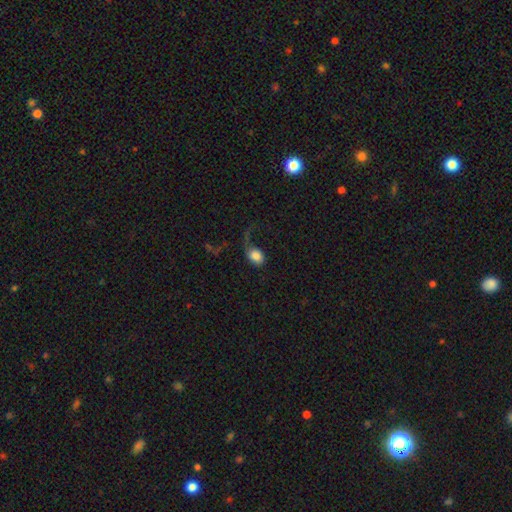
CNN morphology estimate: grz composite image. It shows a smooth galaxy with no disk features (76%) that is in between round and cigar-shaped (60%). Merging: major disturbance (46%).